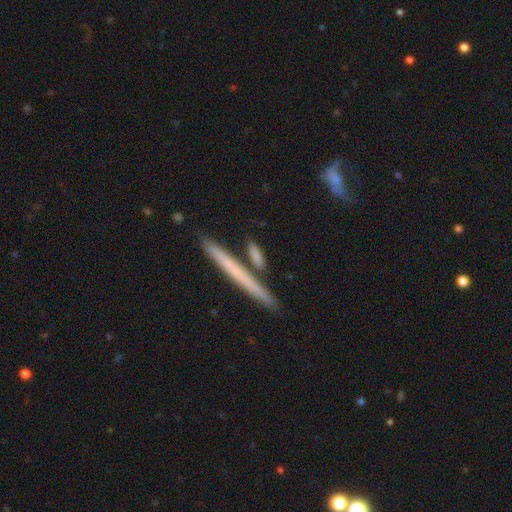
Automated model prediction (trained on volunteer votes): This appears to be a smooth galaxy with no disk features (72%) that is cigar-shaped (77%). Merging: none (74%).